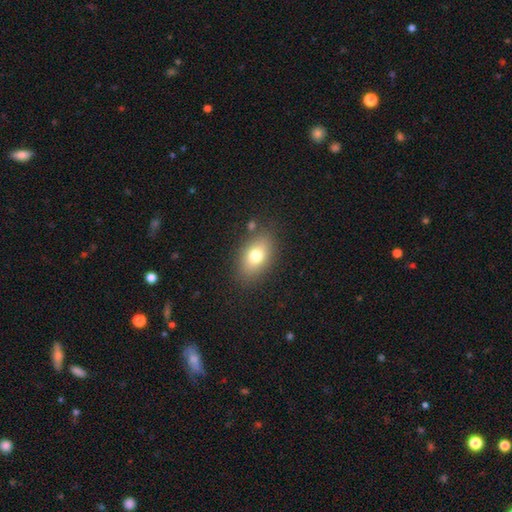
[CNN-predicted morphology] Smooth or featured: smooth — 75% (featured or disk — 15%)
How rounded: in between — 85% (round — 13%)
Merging: none — 82% (minor disturbance — 11%)